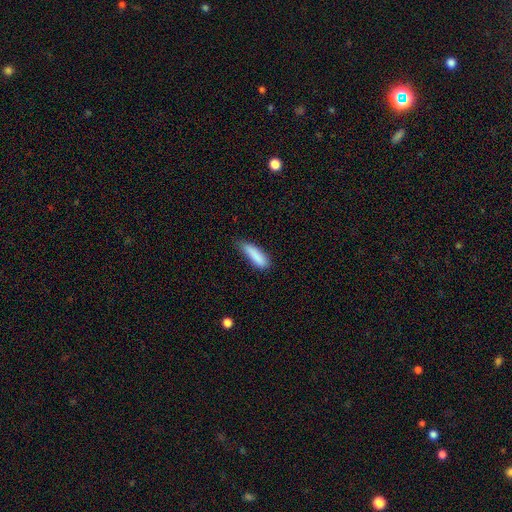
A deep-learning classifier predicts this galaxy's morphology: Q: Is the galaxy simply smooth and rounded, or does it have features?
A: smooth — 87%.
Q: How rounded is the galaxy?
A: cigar-shaped — 63%.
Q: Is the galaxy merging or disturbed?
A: none — 58%.